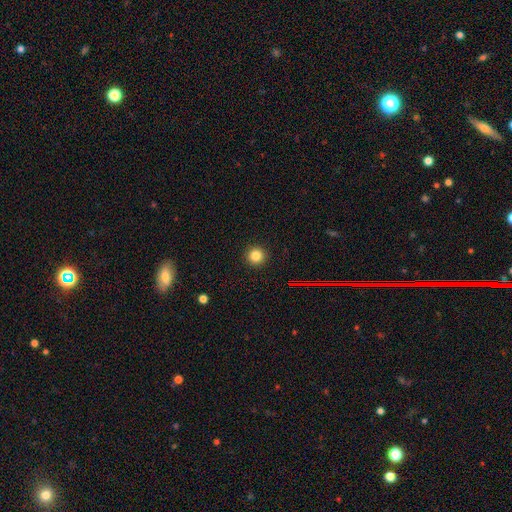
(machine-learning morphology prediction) smooth_or_featured: smooth (p=0.83) [alt: star or artifact p=0.13]
how_rounded: round (p=0.96) [alt: in between p=0.03]
merging: none (p=0.93) [alt: minor disturbance p=0.04]